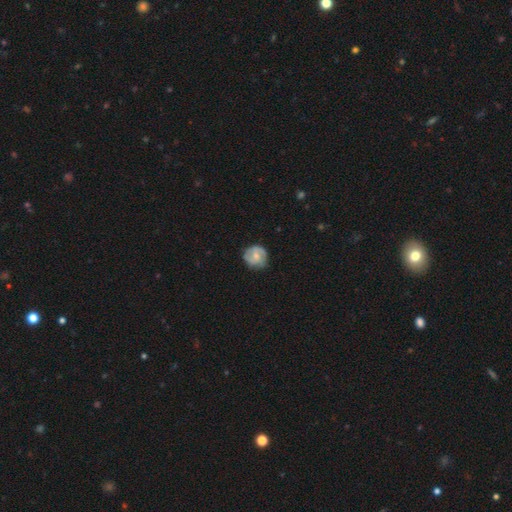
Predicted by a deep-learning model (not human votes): The model was most divided on "smooth or featured": featured or disk: 51%, smooth: 43%, star or artifact: 7%. More confident: edge-on disk — no (97%); merging — none (74%).